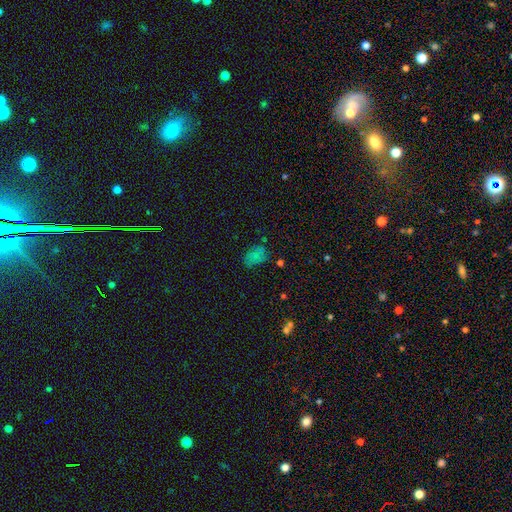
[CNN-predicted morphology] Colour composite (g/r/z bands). It shows a smooth galaxy with no disk features (52%) that is in between round and cigar-shaped (76%). Merging: none (63%).